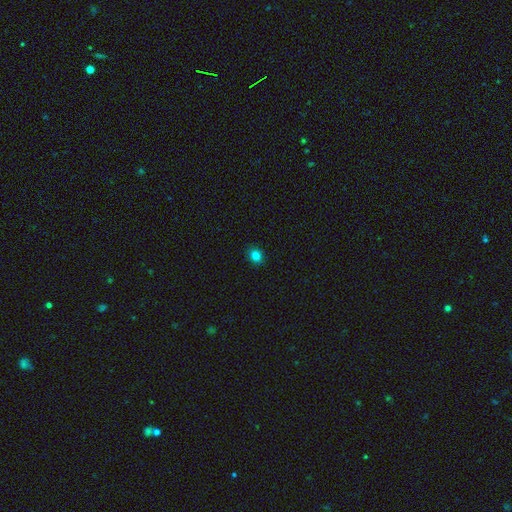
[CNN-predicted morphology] The model was most divided on "how rounded": round: 67%, in between: 32%, cigar-shaped: 1%. More confident: merging — none (90%); smooth or featured — smooth (82%).